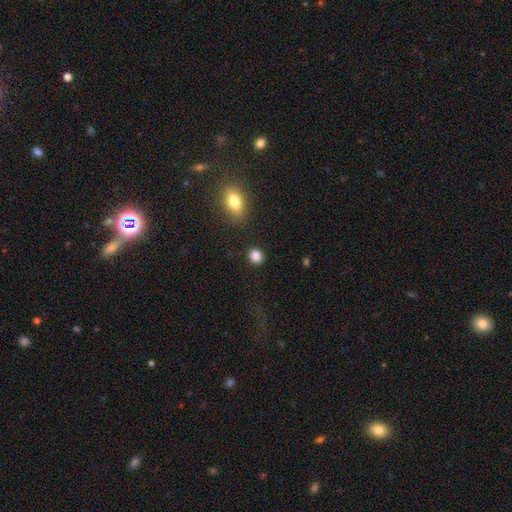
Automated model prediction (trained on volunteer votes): Smooth or featured?
  - smooth: 86% *
  - star or artifact: 10%
  - featured or disk: 4%
How rounded?
  - round: 78% *
  - in between: 21%
  - cigar-shaped: 1%
Merging?
  - none: 87% *
  - minor disturbance: 8%
  - major disturbance: 3%
  - merger: 2%